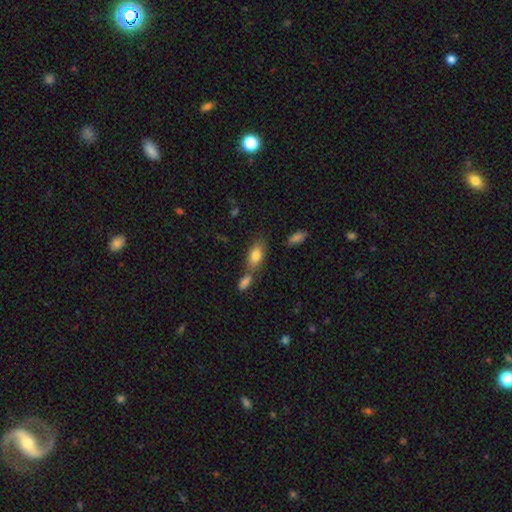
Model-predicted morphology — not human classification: Smooth or featured?
  - smooth: 80% *
  - featured or disk: 13%
  - star or artifact: 8%
How rounded?
  - in between: 87% *
  - cigar-shaped: 9%
  - round: 4%
Merging?
  - none: 56% *
  - merger: 28%
  - minor disturbance: 13%
  - major disturbance: 4%